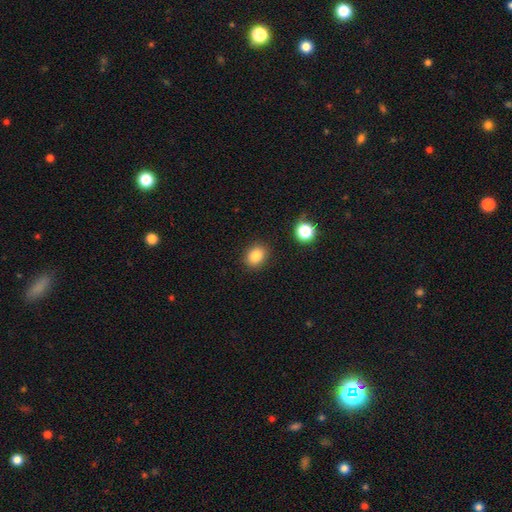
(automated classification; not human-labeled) Smooth or featured?
  - smooth: 84% *
  - star or artifact: 11%
  - featured or disk: 5%
How rounded?
  - round: 53% *
  - in between: 46%
  - cigar-shaped: 1%
Merging?
  - none: 88% *
  - minor disturbance: 8%
  - major disturbance: 2%
  - merger: 2%